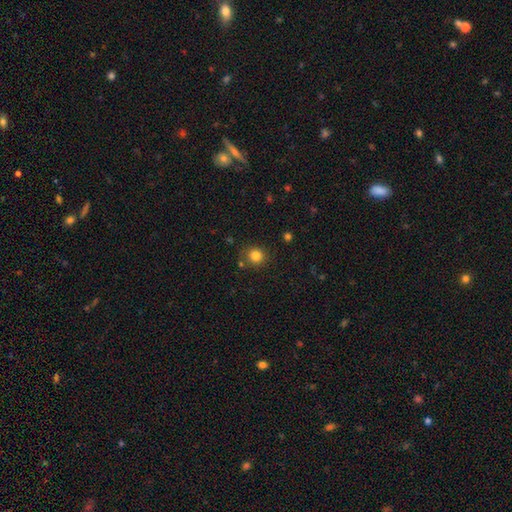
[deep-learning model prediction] Smooth or featured?
  - smooth: 82% *
  - star or artifact: 12%
  - featured or disk: 6%
How rounded?
  - round: 88% *
  - in between: 11%
  - cigar-shaped: 1%
Merging?
  - none: 81% *
  - minor disturbance: 10%
  - merger: 5%
  - major disturbance: 3%